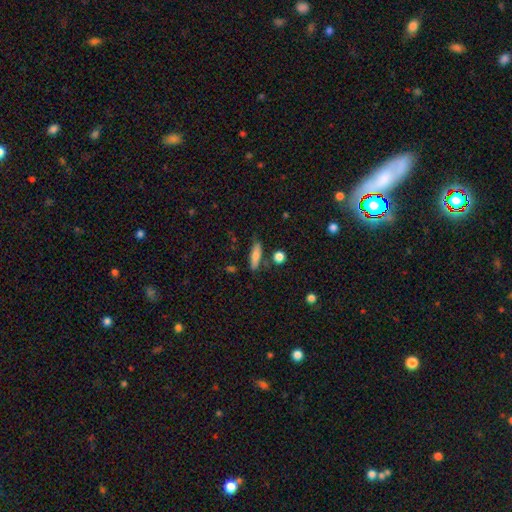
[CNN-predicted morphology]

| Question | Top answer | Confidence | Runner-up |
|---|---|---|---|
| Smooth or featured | smooth | 78% | featured or disk (15%) |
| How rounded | cigar-shaped | 64% | in between (33%) |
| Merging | none | 77% | minor disturbance (14%) |